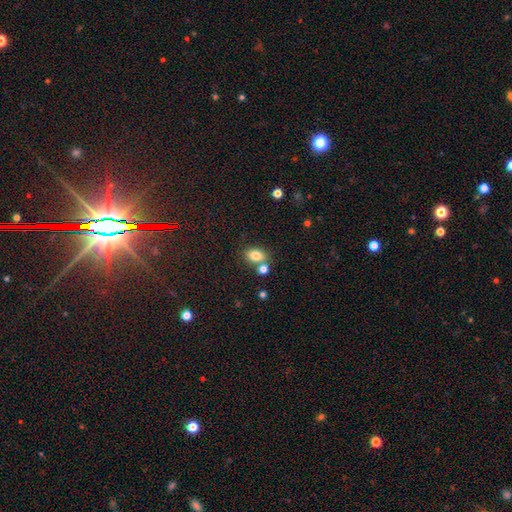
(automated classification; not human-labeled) A smooth galaxy with no disk features (80%) that is in between round and cigar-shaped (75%).

Vote fractions:
- Smooth or featured? smooth: 80% / star or artifact: 10% / featured or disk: 10%
- How rounded? in between: 75% / round: 23% / cigar-shaped: 2%
- Merging? none: 62% / merger: 23% / minor disturbance: 11% / major disturbance: 3%